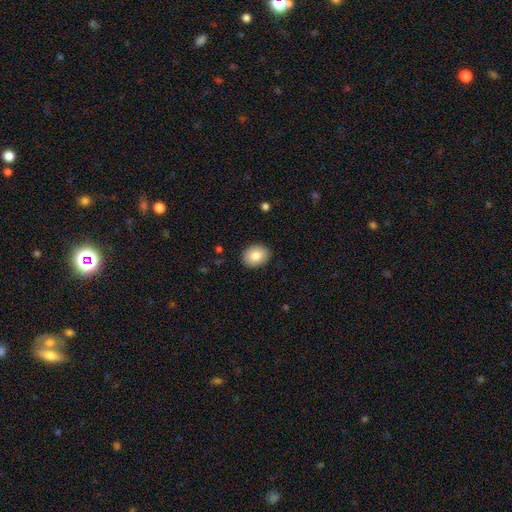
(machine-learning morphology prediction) Overall: smooth (83%). How rounded: in between (59%; round 40%). Merging: none (89%).